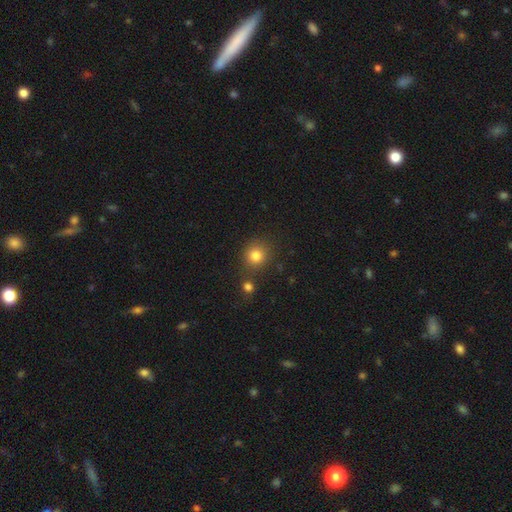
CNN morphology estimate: Smooth or featured? smooth (82%)
How rounded? round (86%)
Merging? none (73%)